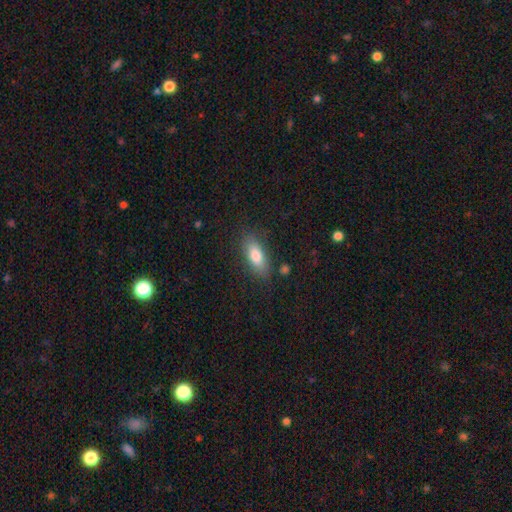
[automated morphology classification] Smooth or featured: smooth — 81% (featured or disk — 12%)
How rounded: in between — 80% (cigar-shaped — 17%)
Merging: none — 82% (minor disturbance — 13%)